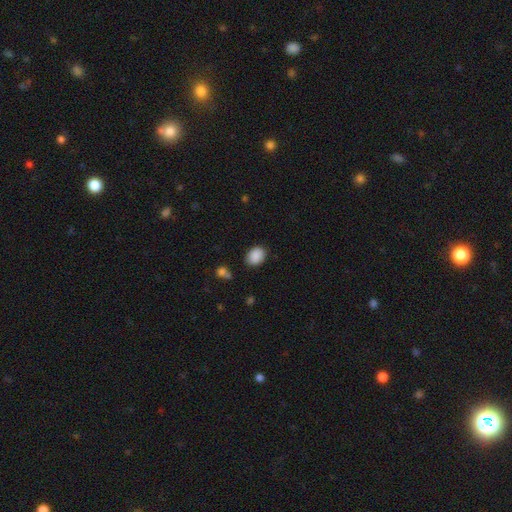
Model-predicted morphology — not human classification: Q: Smooth or featured?
A: smooth (89%); runner-up: star or artifact (8%)
Q: How rounded?
A: in between (64%); runner-up: round (35%)
Q: Merging?
A: none (83%); runner-up: minor disturbance (12%)